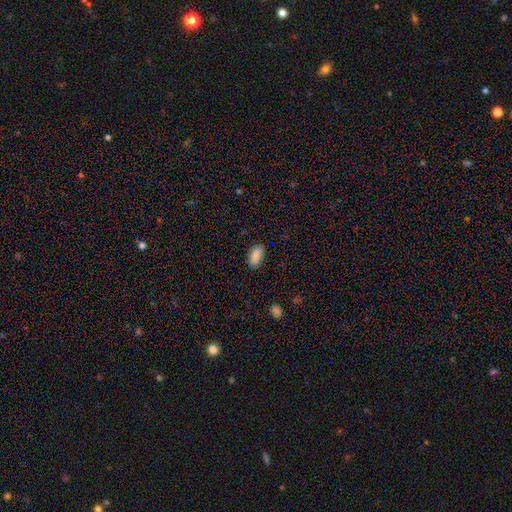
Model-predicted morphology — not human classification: Smooth or featured?
  - smooth: 88% *
  - star or artifact: 8%
  - featured or disk: 4%
How rounded?
  - in between: 93% *
  - cigar-shaped: 4%
  - round: 3%
Merging?
  - none: 85% *
  - minor disturbance: 11%
  - major disturbance: 2%
  - merger: 1%